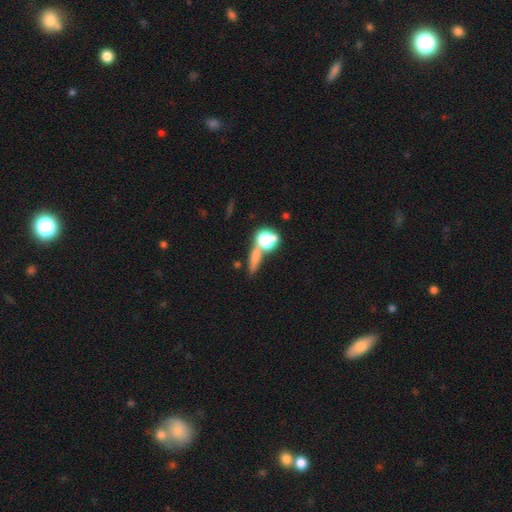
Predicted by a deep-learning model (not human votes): Smooth or featured: smooth — 56% (star or artifact — 26%)
How rounded: cigar-shaped — 47% (round — 29%)
Merging: none — 59% (merger — 22%)